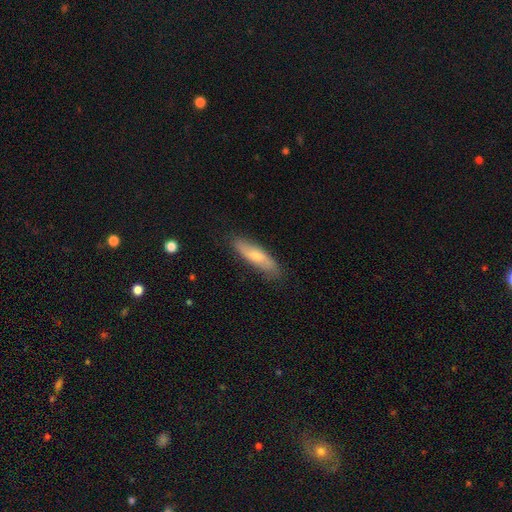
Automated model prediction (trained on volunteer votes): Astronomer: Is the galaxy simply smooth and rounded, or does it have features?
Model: smooth — 64%.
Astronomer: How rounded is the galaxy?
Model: cigar-shaped — 65%.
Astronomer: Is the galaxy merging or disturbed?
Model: none — 82%.